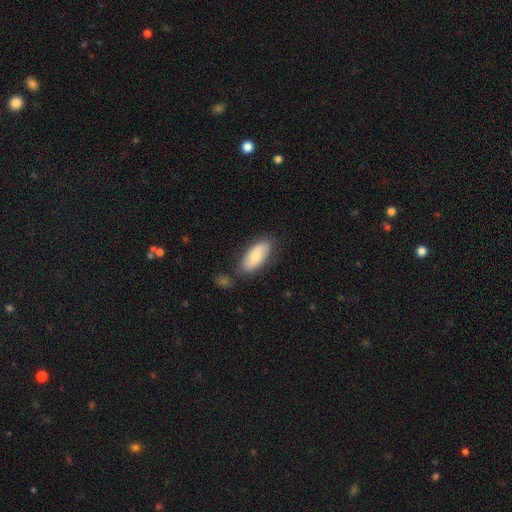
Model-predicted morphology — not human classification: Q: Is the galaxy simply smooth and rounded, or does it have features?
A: smooth — 72%.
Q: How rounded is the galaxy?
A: in between — 88%.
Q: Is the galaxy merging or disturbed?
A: none — 73%.